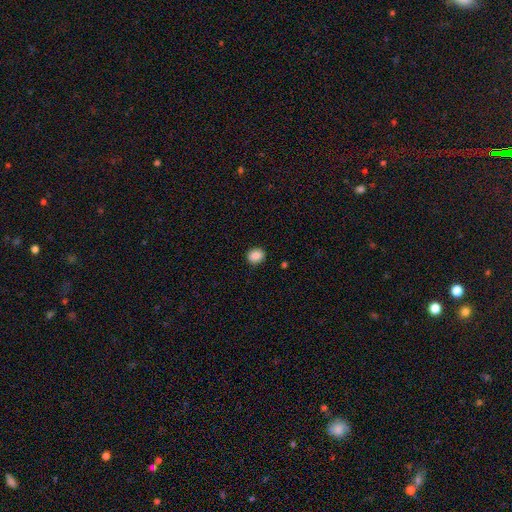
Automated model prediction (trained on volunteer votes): Q: Smooth or featured?
A: smooth (86%); runner-up: star or artifact (9%)
Q: How rounded?
A: round (76%); runner-up: in between (23%)
Q: Merging?
A: none (91%); runner-up: minor disturbance (6%)